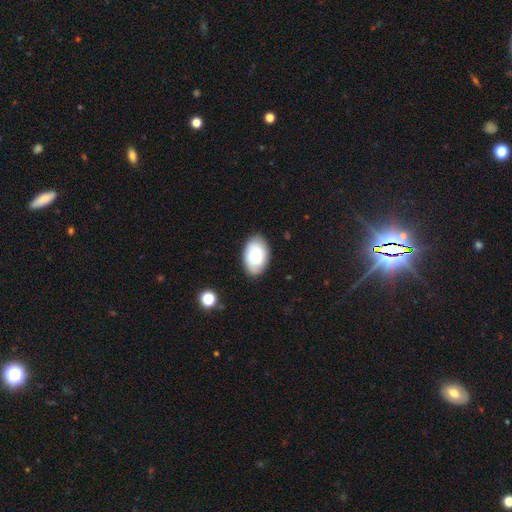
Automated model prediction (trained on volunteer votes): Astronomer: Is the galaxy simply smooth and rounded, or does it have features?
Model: smooth — 74%.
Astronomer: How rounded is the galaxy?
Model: in between — 91%.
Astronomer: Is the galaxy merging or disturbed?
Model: none — 81%.